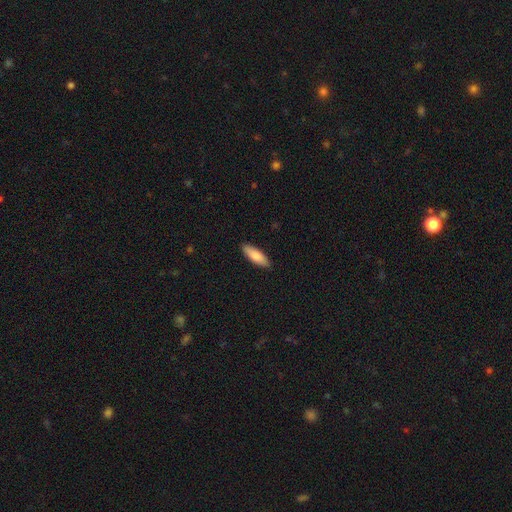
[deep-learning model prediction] A smooth galaxy with no disk features (84%) that is in between round and cigar-shaped (55%). Merging: none (89%).